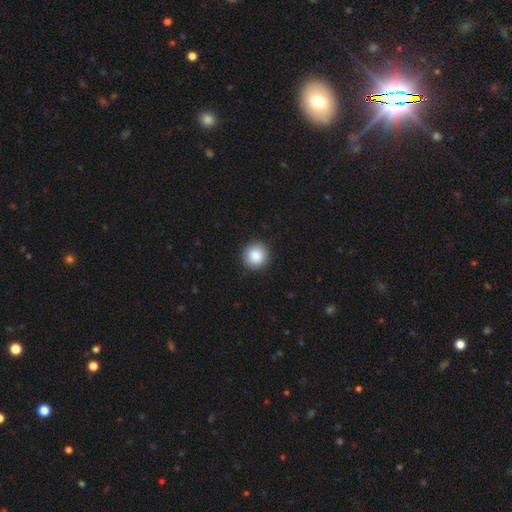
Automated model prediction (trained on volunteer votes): smooth-or-featured: smooth: 88% | star or artifact: 8% | featured or disk: 4%
  how-rounded: round: 94% | in between: 5% | cigar-shaped: 1%
  merging: none: 92% | minor disturbance: 6% | major disturbance: 2% | merger: 1%